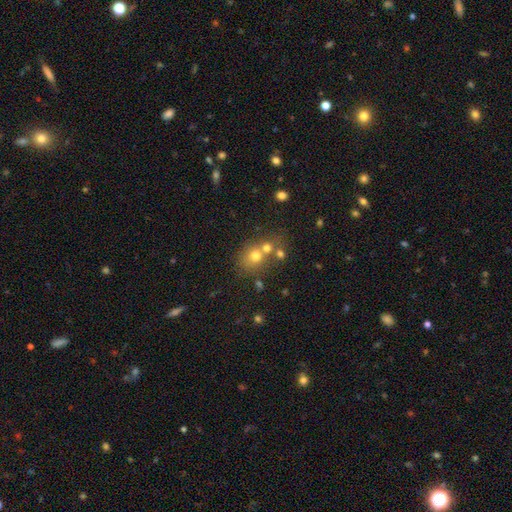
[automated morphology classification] smooth-or-featured: smooth: 65% | star or artifact: 18% | featured or disk: 16%
  how-rounded: round: 74% | in between: 24% | cigar-shaped: 1%
  merging: merger: 44% | none: 43% | minor disturbance: 9% | major disturbance: 5%